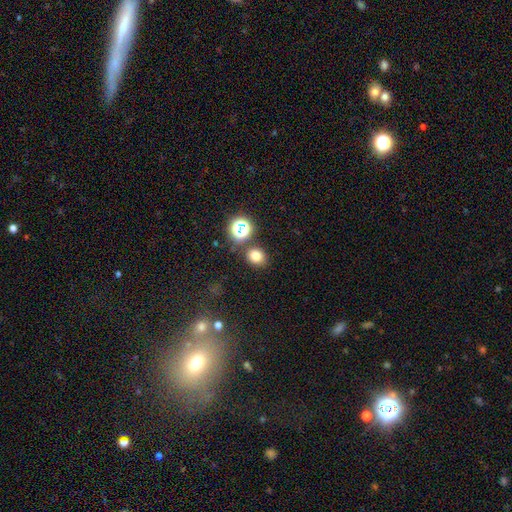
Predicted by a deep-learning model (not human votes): The model was most divided on "how rounded": round: 67%, in between: 32%, cigar-shaped: 1%. More confident: merging — none (79%); smooth or featured — smooth (75%).